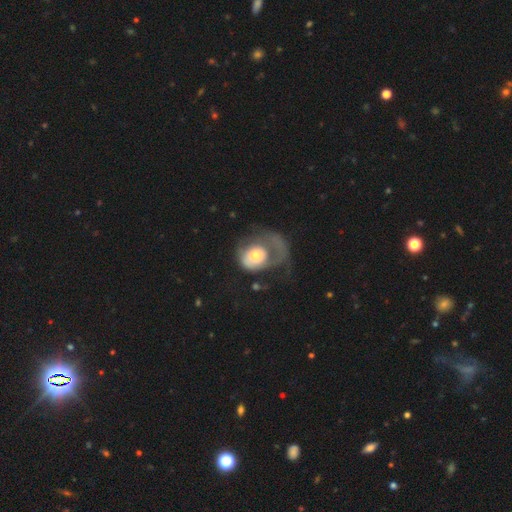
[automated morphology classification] The model was most divided on "smooth or featured": smooth: 51%, featured or disk: 42%, star or artifact: 7%. More confident: merging — major disturbance (63%); how rounded — round (61%).